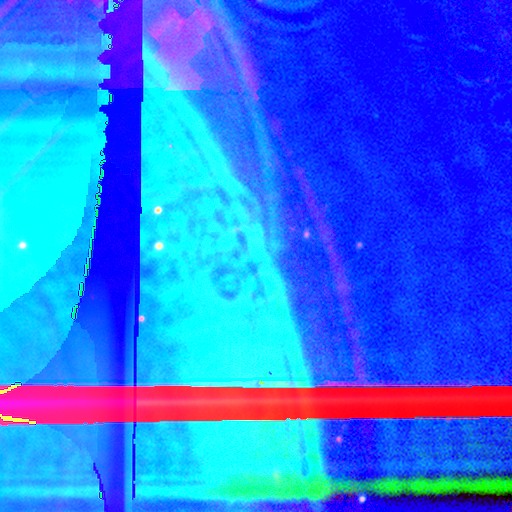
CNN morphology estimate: smooth_or_featured: star or artifact (p=0.87) [alt: featured or disk p=0.07]